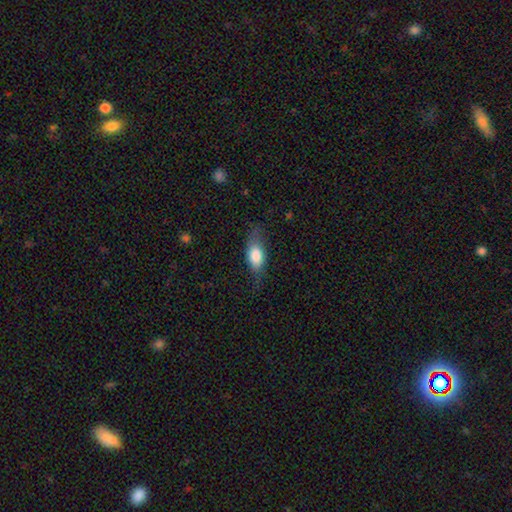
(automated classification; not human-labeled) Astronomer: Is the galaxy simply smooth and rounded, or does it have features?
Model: smooth — 77%.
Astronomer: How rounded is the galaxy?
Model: in between — 84%.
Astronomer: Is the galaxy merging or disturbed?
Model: none — 60%.